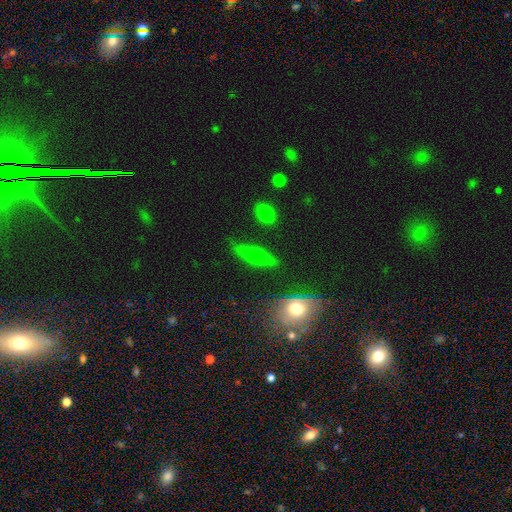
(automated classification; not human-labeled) Q: Smooth or featured?
A: featured or disk (50%); runner-up: smooth (40%)
Q: Merging?
A: none (84%); runner-up: minor disturbance (11%)